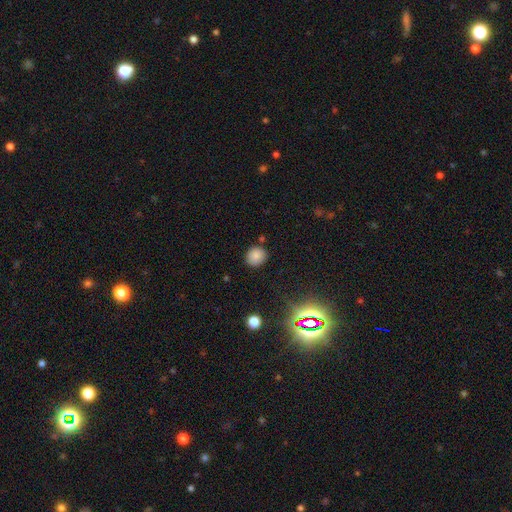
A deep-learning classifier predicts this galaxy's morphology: Q: Smooth or featured?
A: smooth (82%); runner-up: star or artifact (13%)
Q: How rounded?
A: round (80%); runner-up: in between (19%)
Q: Merging?
A: none (83%); runner-up: minor disturbance (11%)